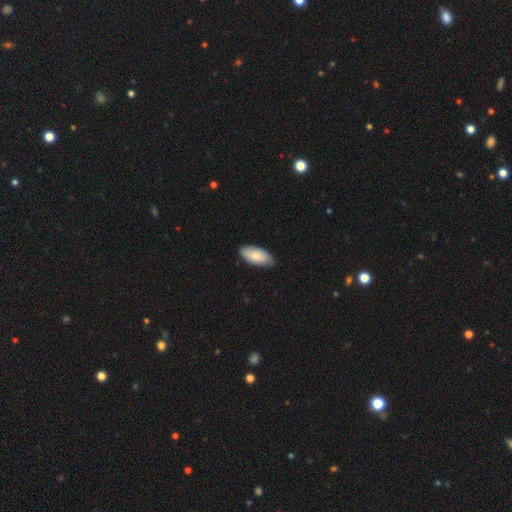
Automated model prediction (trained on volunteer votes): Smooth or featured? smooth (77%)
How rounded? in between (91%)
Merging? none (82%)